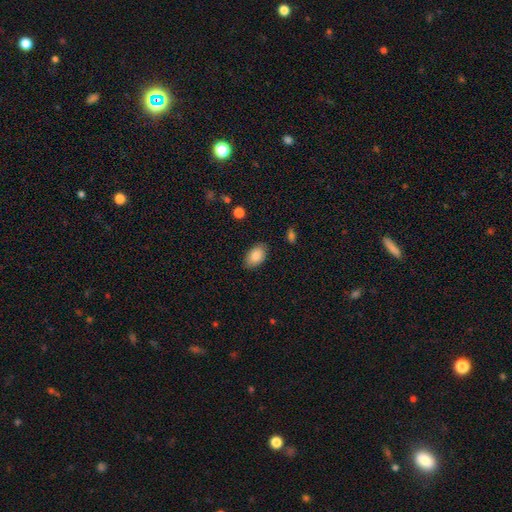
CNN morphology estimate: A smooth galaxy with no disk features (85%) that is in between round and cigar-shaped (90%).

Vote fractions:
- Smooth or featured? smooth: 85% / featured or disk: 8% / star or artifact: 7%
- How rounded? in between: 90% / round: 8% / cigar-shaped: 1%
- Merging? none: 84% / minor disturbance: 12% / major disturbance: 2% / merger: 1%